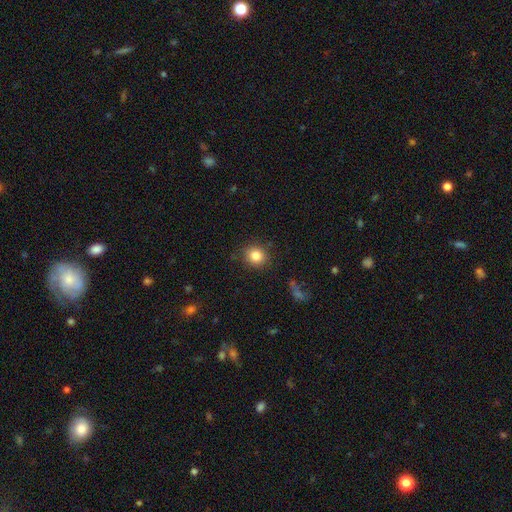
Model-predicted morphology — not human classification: smooth-or-featured: smooth: 84% | star or artifact: 11% | featured or disk: 6%
  how-rounded: round: 87% | in between: 12% | cigar-shaped: 1%
  merging: none: 88% | minor disturbance: 8% | major disturbance: 3% | merger: 1%